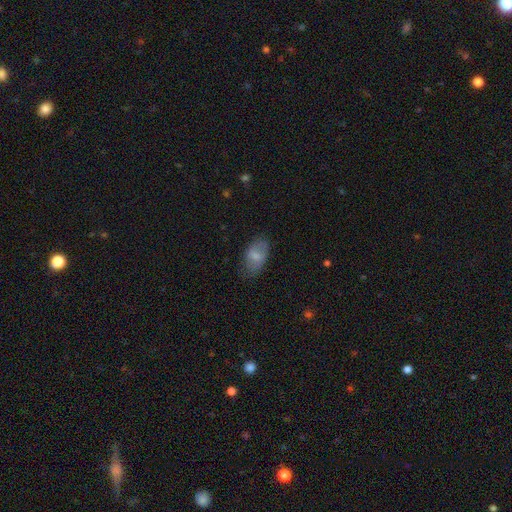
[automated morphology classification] Overall: smooth (68%). How rounded: in between (92%). Merging: none (67%).